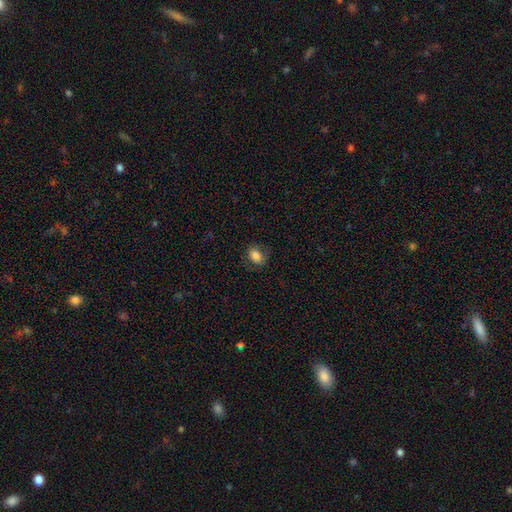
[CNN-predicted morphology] This is likely a smooth galaxy (80%). How rounded: likely in between (66%). Merging: likely none (73%).